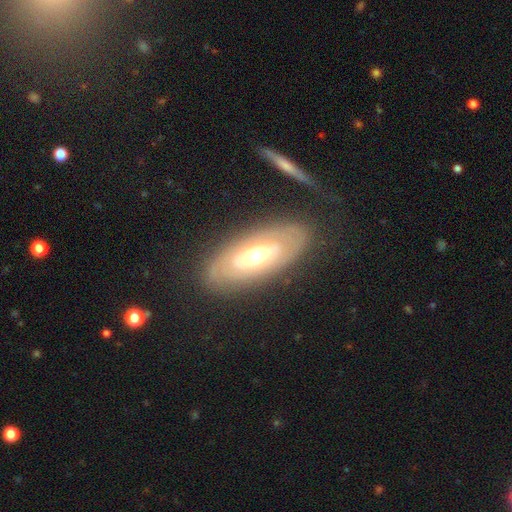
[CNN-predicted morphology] smooth-or-featured: featured or disk: 66% | smooth: 28% | star or artifact: 6%
  disk-edge-on: no: 84% | yes: 16%
    bar: no: 69% | weak: 21% | strong: 10%
    has-spiral-arms: no: 54% | yes: 46%
    bulge-size: moderate: 69% | large: 16% | small: 12% | dominant: 2% | none: 1%
  merging: none: 78% | minor disturbance: 13% | major disturbance: 6% | merger: 3%